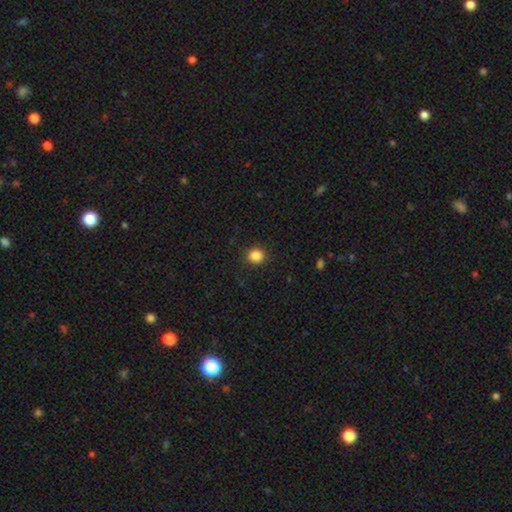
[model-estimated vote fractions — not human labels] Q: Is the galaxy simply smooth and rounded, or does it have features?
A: smooth — 86%.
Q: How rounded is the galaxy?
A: round — 86%.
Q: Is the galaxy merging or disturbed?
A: none — 89%.